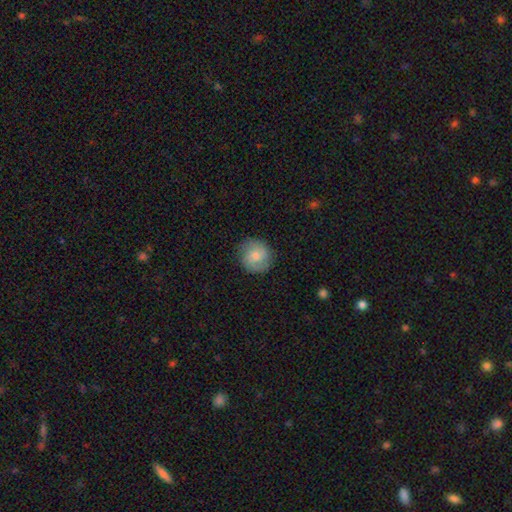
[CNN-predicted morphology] This is possibly a smooth galaxy (59%). How rounded: clearly round (90%). Merging: clearly none (85%).